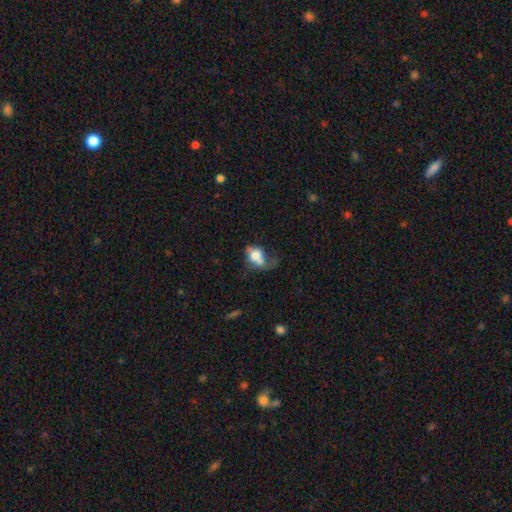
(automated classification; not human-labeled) This is likely a smooth galaxy (64%). How rounded: likely in between (63%). Merging: marginally major disturbance (33%).